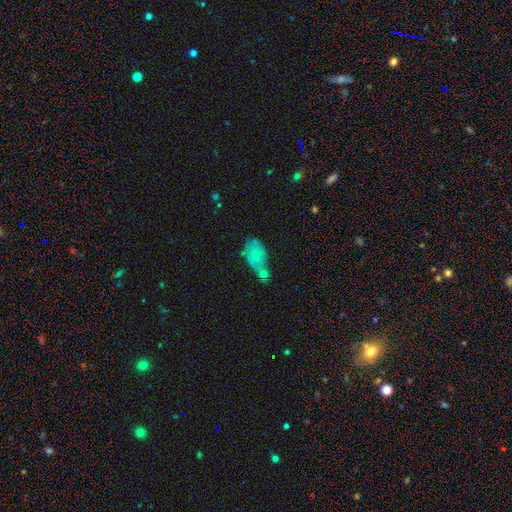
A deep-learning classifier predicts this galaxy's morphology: This appears to be a featured or disk galaxy (50%). Merging: none (35%).